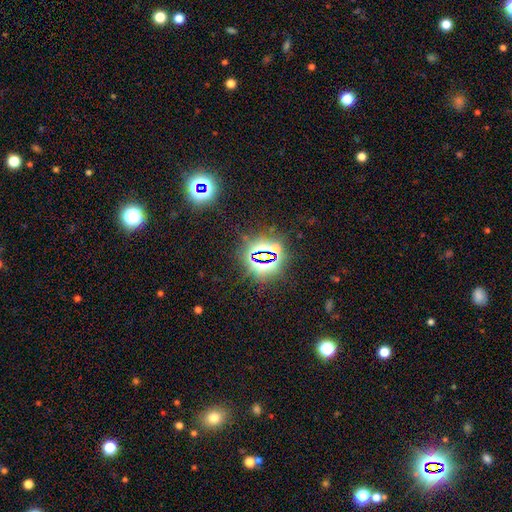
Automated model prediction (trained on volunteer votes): smooth_or_featured: star or artifact (p=0.79) [alt: smooth p=0.13]